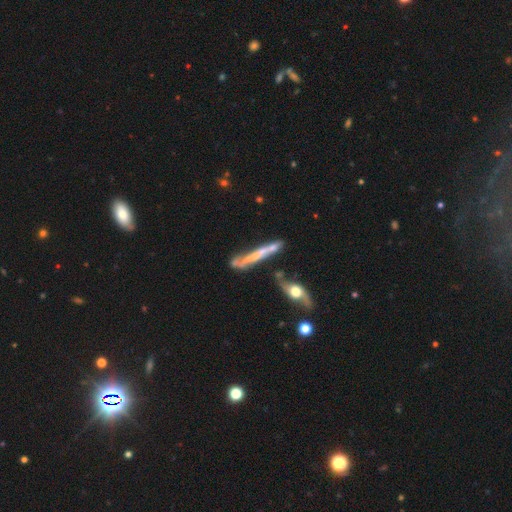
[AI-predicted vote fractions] smooth-or-featured: featured or disk: 62% | smooth: 29% | star or artifact: 9%
  disk-edge-on: yes: 76% | no: 24%
  merging: none: 46% | minor disturbance: 21% | merger: 21% | major disturbance: 13%